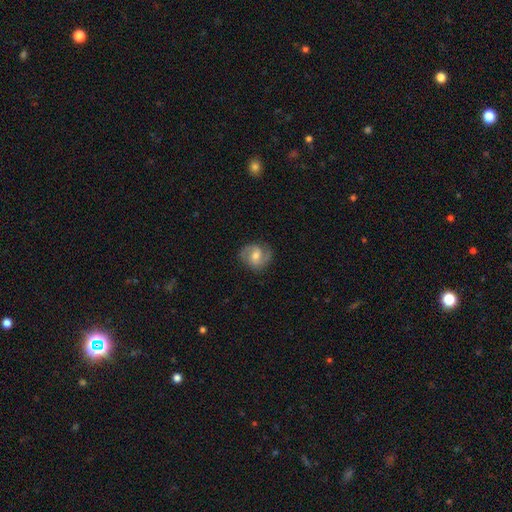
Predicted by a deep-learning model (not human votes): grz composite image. It shows a featured or disk galaxy (75%) with a weak bar (49%), 2 (89%) medium (53%) spiral arms (95%) and a moderate central bulge (62%). Merging: none (81%).